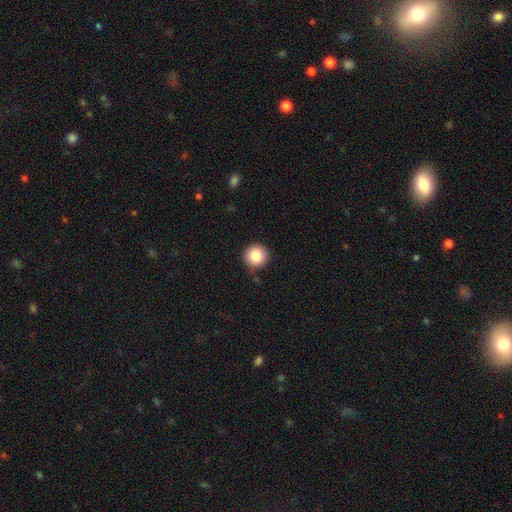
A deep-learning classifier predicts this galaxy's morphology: smooth 84%, star or artifact 10%, featured or disk 6%. Down the decision tree: how rounded — round (95%); merging — none (88%).